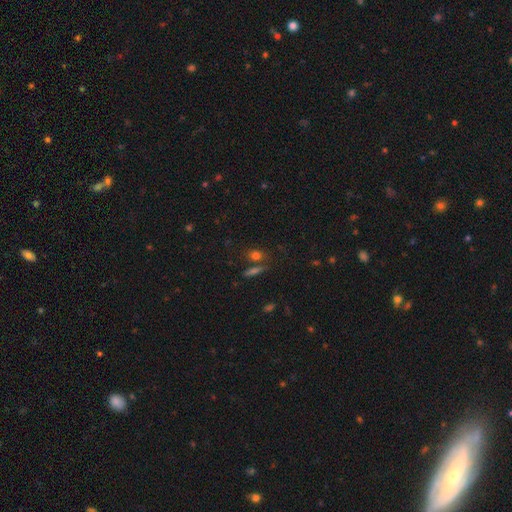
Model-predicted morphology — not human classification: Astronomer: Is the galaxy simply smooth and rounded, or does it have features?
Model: smooth — 73%.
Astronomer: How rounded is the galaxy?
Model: in between — 59%.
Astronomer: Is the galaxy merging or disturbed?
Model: none — 65%.